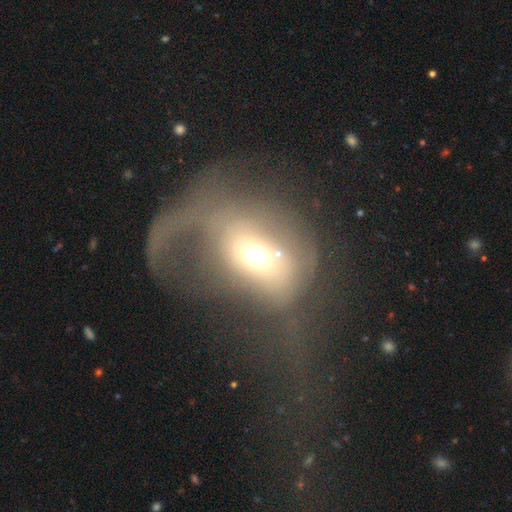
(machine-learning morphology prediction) The model was most divided on "smooth or featured": smooth: 47%, featured or disk: 41%, star or artifact: 12%. More confident: merging — major disturbance (69%).